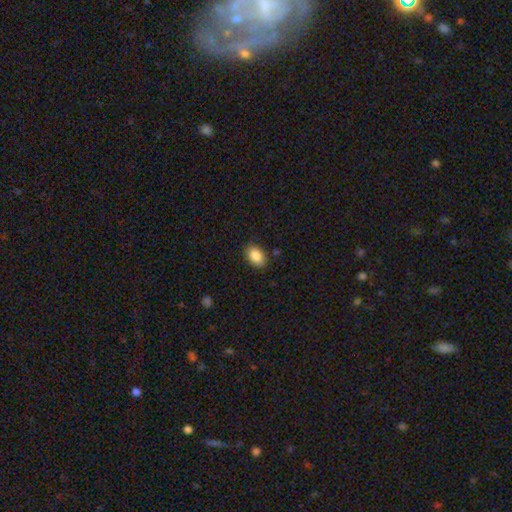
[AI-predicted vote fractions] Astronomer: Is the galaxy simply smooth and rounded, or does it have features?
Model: smooth — 87%.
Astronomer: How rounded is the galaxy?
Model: in between — 85%.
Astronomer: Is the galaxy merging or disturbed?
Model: none — 85%.